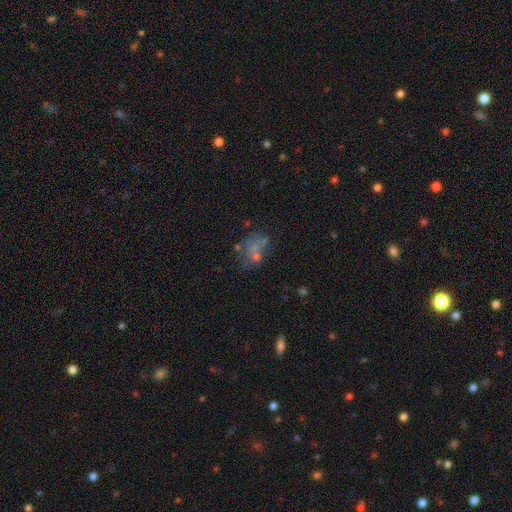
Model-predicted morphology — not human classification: Smooth or featured? Predicted: smooth (p=0.37, tied with featured or disk). Merging? Predicted: none (p=0.42).